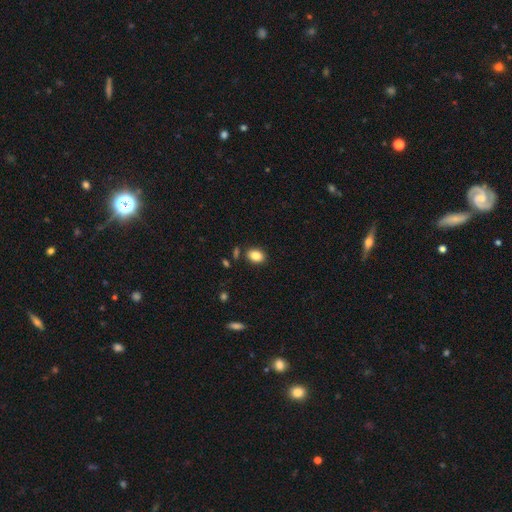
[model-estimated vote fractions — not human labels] Smooth or featured? Predicted: smooth (p=0.85). How rounded? Predicted: in between (p=0.74). Merging? Predicted: none (p=0.83).